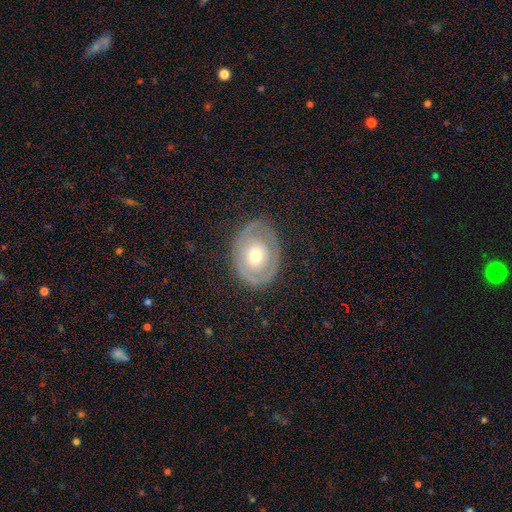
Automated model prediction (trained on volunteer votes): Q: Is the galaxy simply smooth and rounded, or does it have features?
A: featured or disk — 55%.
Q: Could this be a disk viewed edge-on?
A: no — 93%.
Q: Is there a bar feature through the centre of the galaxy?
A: no — 87%.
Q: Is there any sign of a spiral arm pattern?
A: no — 66%.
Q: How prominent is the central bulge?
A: moderate — 55%.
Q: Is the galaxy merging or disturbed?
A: none — 76%.